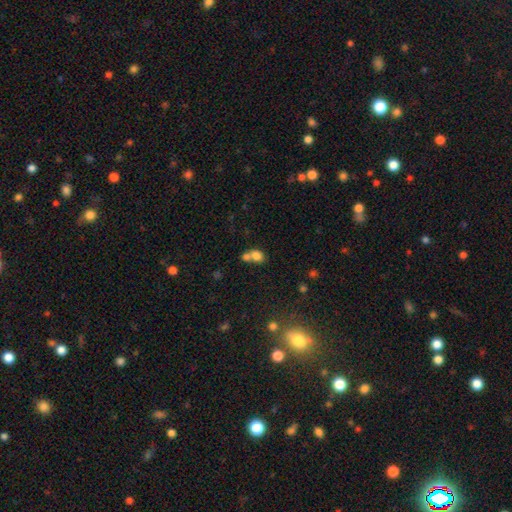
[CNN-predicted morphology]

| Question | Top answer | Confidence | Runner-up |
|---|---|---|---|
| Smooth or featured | smooth | 76% | featured or disk (12%) |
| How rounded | round | 50% | in between (49%) |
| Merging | merger | 59% | none (29%) |